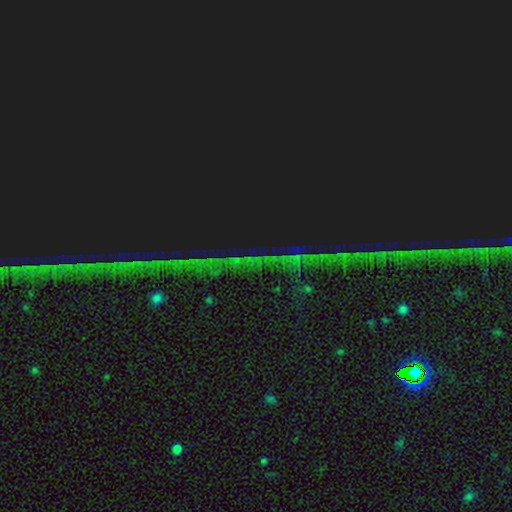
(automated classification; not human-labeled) A star or artifact, not a galaxy (85%).